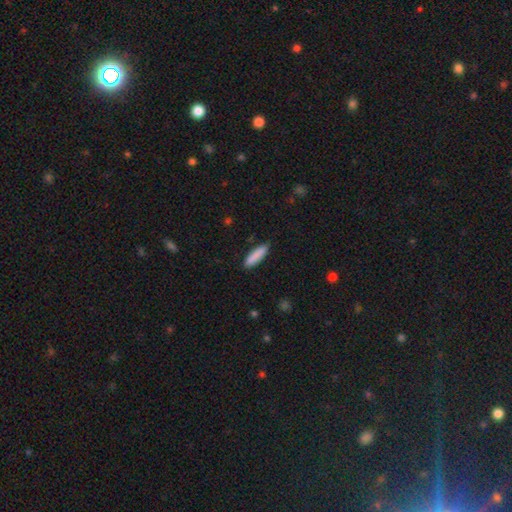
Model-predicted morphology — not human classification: Smooth or featured? smooth (87%)
How rounded? cigar-shaped (71%)
Merging? none (85%)